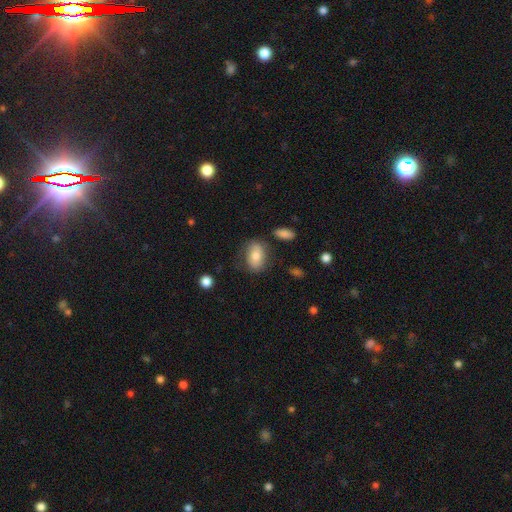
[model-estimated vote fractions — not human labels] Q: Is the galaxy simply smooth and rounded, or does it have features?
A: smooth — 73%.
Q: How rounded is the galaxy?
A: in between — 83%.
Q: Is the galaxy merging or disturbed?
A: none — 69%.